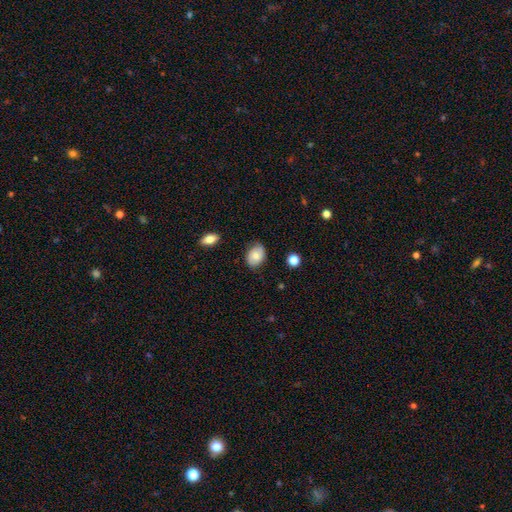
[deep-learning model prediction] Smooth or featured: smooth — 69% (featured or disk — 24%)
How rounded: in between — 73% (round — 26%)
Merging: none — 76% (minor disturbance — 19%)